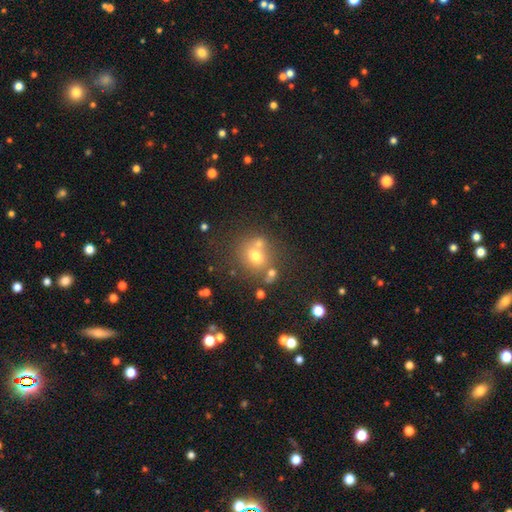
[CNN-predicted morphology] Smooth or featured? Predicted: smooth (p=0.66). How rounded? Predicted: round (p=0.76). Merging? Predicted: none (p=0.58).